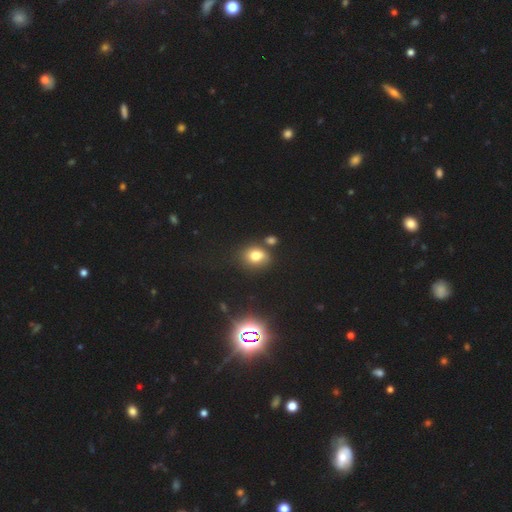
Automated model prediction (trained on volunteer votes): smooth_or_featured: smooth (p=0.73) [alt: star or artifact p=0.17]
how_rounded: round (p=0.56) [alt: in between p=0.43]
merging: none (p=0.68) [alt: merger p=0.15]